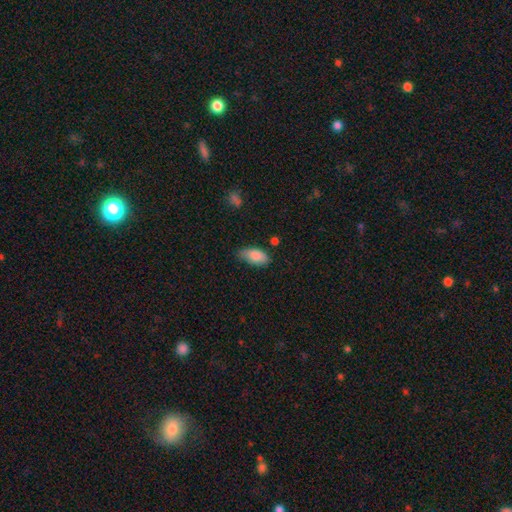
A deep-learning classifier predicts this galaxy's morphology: A smooth galaxy with no disk features (85%) that is in between round and cigar-shaped (92%).

Vote fractions:
- Smooth or featured? smooth: 85% / featured or disk: 8% / star or artifact: 7%
- How rounded? in between: 92% / cigar-shaped: 6% / round: 3%
- Merging? none: 65% / minor disturbance: 28% / major disturbance: 5% / merger: 2%